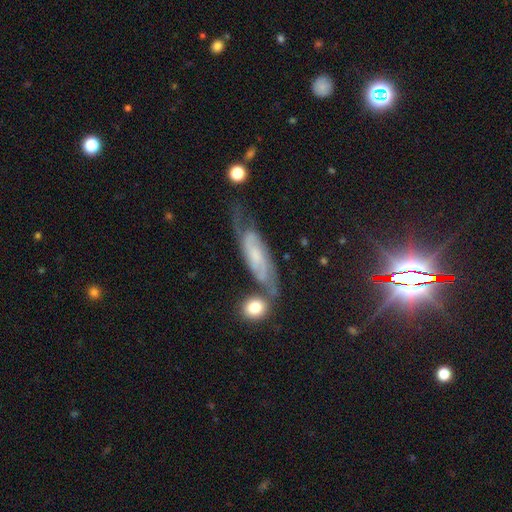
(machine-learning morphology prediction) Smooth or featured? featured or disk (76%)
Edge-on disk? no (83%)
Bar? no (49%)
Spiral arms? yes (94%)
Spiral winding? medium (47%)
Spiral arm count? 2 (74%)
Bulge size? small (56%)
Merging? none (54%)